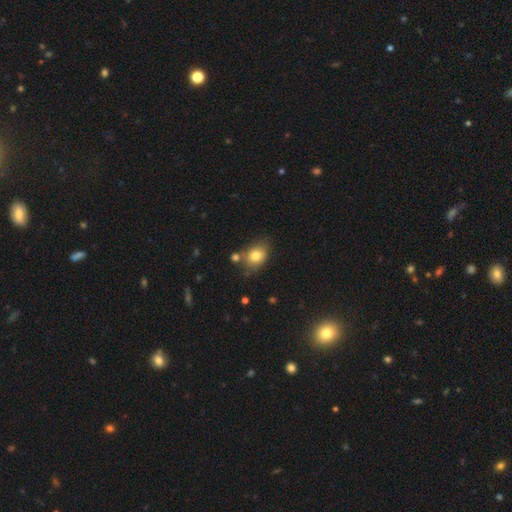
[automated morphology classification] type=smooth (79%); roundness=in between (61%); merging=none (66%).